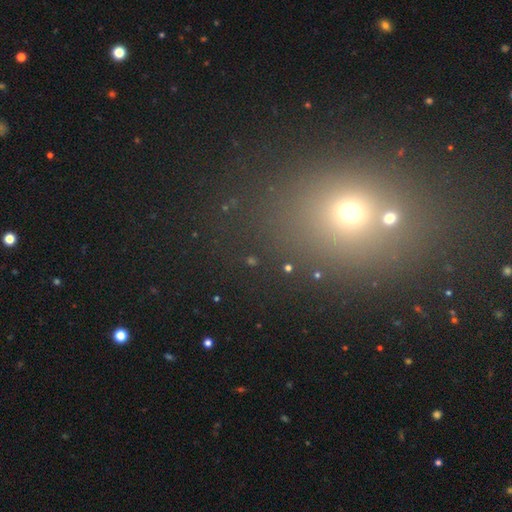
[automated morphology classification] The model was most divided on "smooth or featured" (2-way tie): star or artifact: 45%, smooth: 45%, featured or disk: 11%.